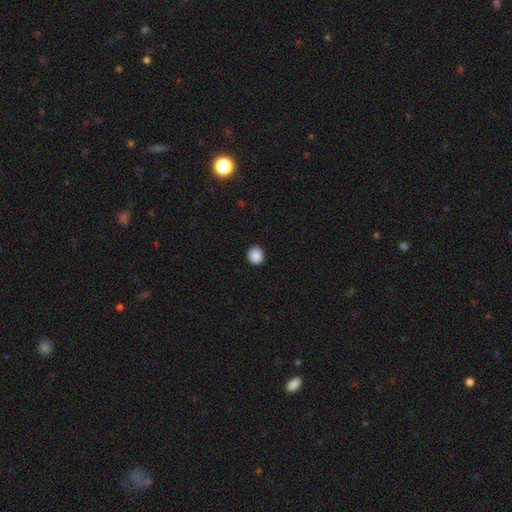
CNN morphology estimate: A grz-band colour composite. It shows a smooth galaxy with no disk features (89%) that is round (82%). Merging: none (90%).